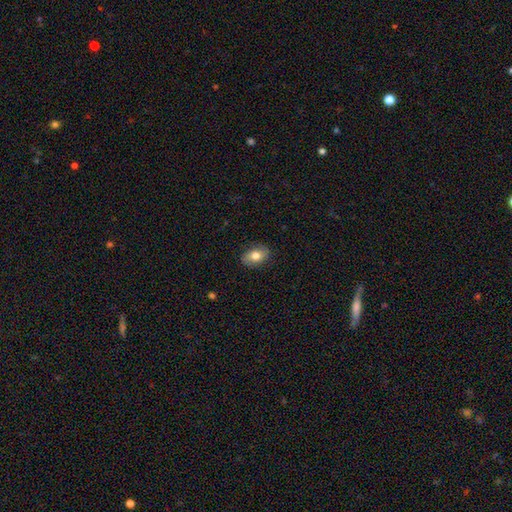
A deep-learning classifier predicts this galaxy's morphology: smooth_or_featured: smooth (p=0.73) [alt: featured or disk p=0.19]
how_rounded: in between (p=0.82) [alt: round p=0.17]
merging: none (p=0.83) [alt: minor disturbance p=0.13]